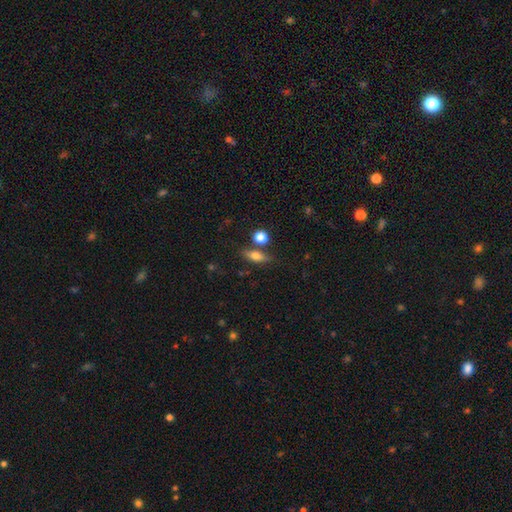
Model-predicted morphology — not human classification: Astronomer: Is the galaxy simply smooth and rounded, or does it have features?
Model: smooth — 67%.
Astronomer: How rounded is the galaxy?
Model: in between — 56% (runner-up: cigar-shaped, 32%).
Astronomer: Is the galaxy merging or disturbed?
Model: none — 70%.